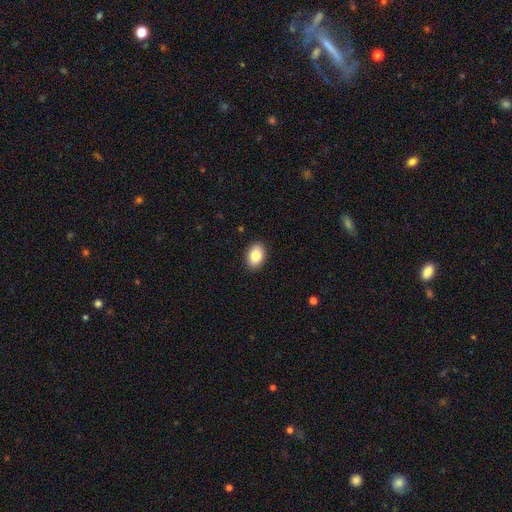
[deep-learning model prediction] smooth-or-featured: smooth: 84% | featured or disk: 9% | star or artifact: 7%
  how-rounded: in between: 86% | round: 13% | cigar-shaped: 1%
  merging: none: 90% | minor disturbance: 7% | major disturbance: 2% | merger: 1%